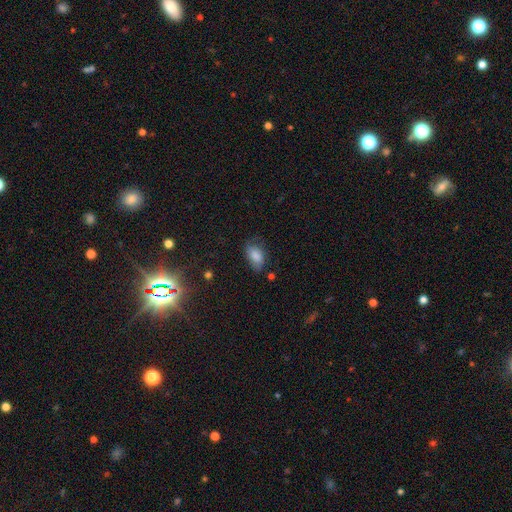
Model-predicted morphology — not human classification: The model was most divided on "merging": none: 61%, minor disturbance: 28%, major disturbance: 8%, merger: 2%. More confident: how rounded — in between (91%); smooth or featured — smooth (80%).